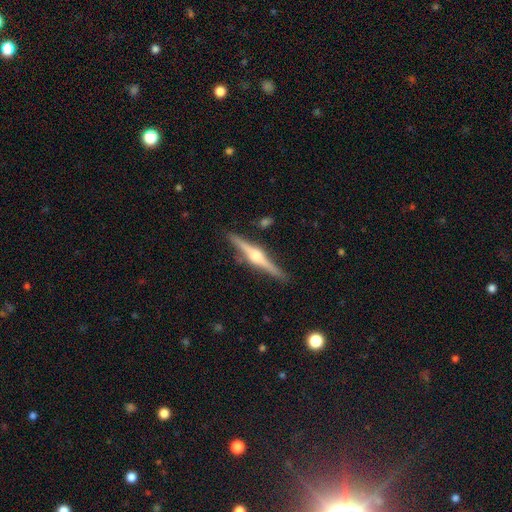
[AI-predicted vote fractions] This is clearly a featured or disk galaxy (82%). It is clearly viewed edge-on (98%). Edge-on bulge: clearly rounded (93%). Merging: clearly none (90%).